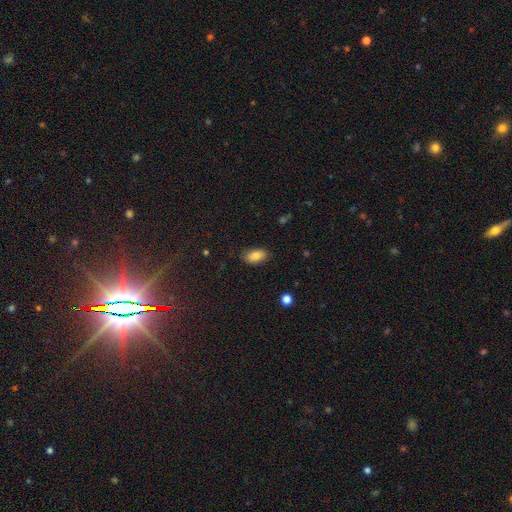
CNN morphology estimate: smooth 84%, star or artifact 8%, featured or disk 8%. Down the decision tree: how rounded — in between (93%); merging — none (82%).